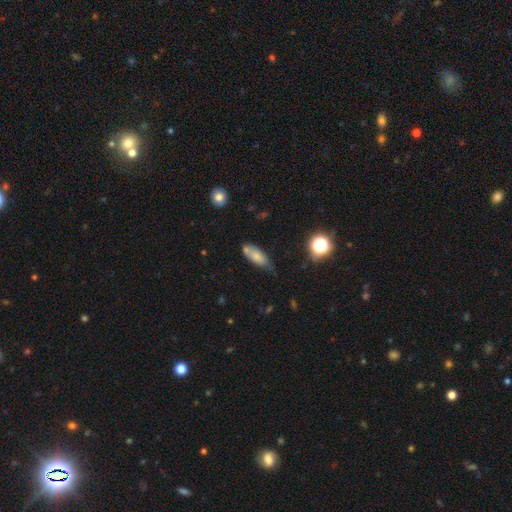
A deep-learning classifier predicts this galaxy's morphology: Smooth or featured? smooth (71%)
How rounded? in between (74%)
Merging? none (47%)